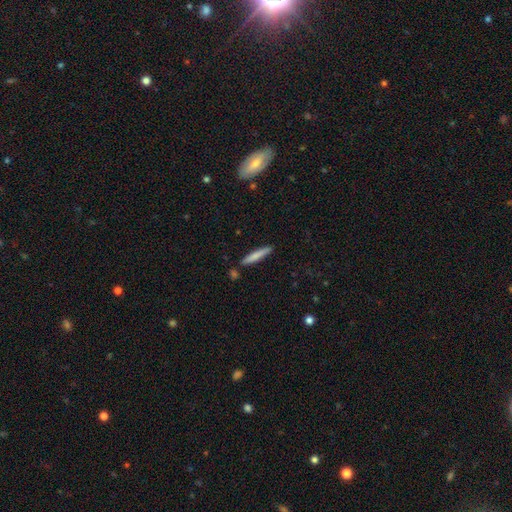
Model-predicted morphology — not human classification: A smooth galaxy with no disk features (75%) that is cigar-shaped (94%).

Vote fractions:
- Smooth or featured? smooth: 75% / featured or disk: 19% / star or artifact: 5%
- How rounded? cigar-shaped: 94% / in between: 5% / round: 1%
- Merging? none: 85% / minor disturbance: 9% / merger: 4% / major disturbance: 2%